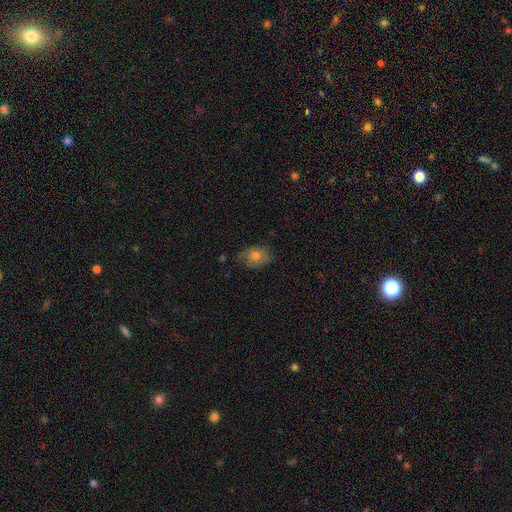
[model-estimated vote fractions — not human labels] Smooth or featured: smooth — 73% (featured or disk — 17%)
How rounded: in between — 62% (round — 36%)
Merging: none — 67% (minor disturbance — 25%)